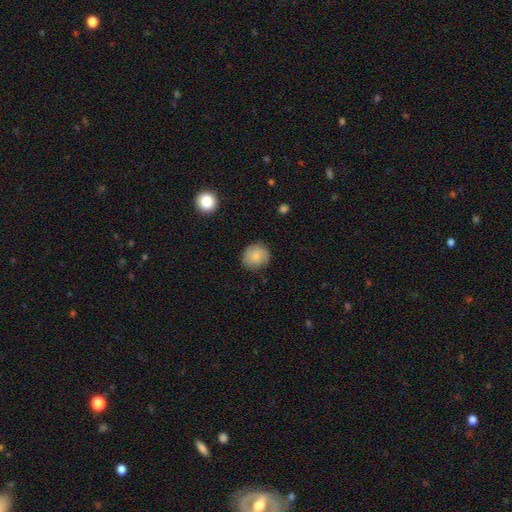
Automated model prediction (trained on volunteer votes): Smooth or featured: smooth — 79% (featured or disk — 13%)
How rounded: round — 87% (in between — 12%)
Merging: none — 83% (minor disturbance — 13%)